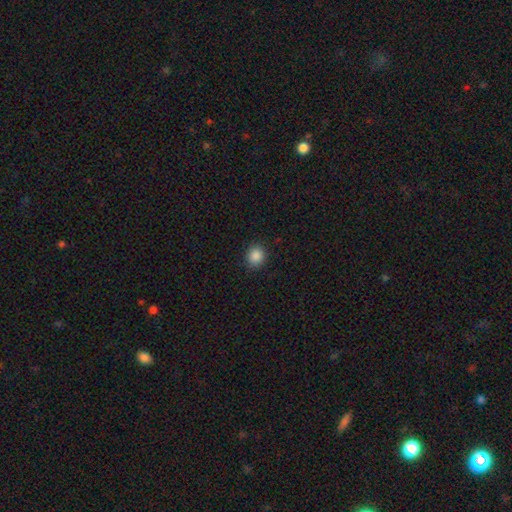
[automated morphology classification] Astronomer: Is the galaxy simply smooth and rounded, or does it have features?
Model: smooth — 87%.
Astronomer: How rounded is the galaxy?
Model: round — 77%.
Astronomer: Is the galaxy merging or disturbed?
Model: none — 89%.